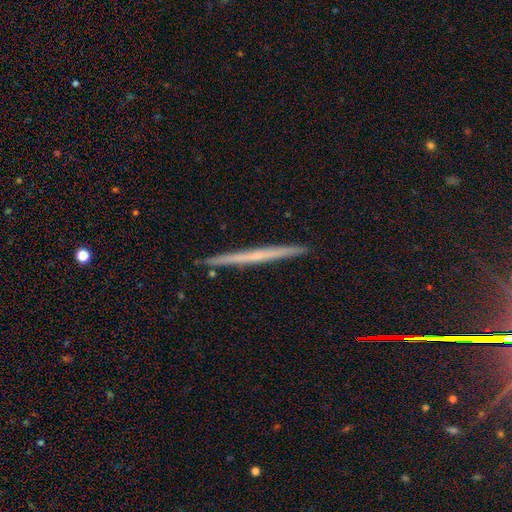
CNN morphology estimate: Smooth or featured: featured or disk — 57% (smooth — 36%)
Edge-on disk: yes — 98% (no — 2%)
Edge-on bulge: none — 83% (rounded — 13%)
Merging: none — 92% (minor disturbance — 6%)